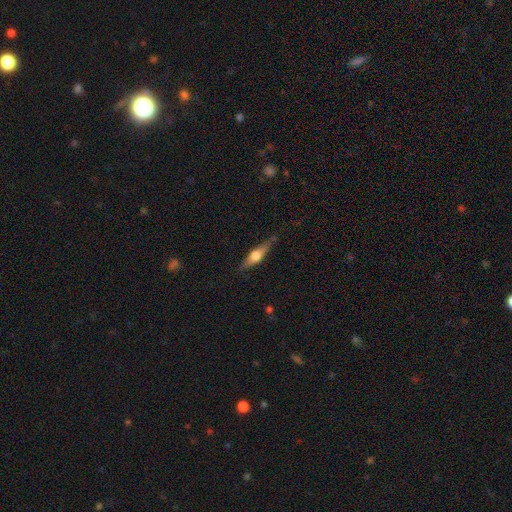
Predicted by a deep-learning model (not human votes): A featured or disk galaxy (57%) viewed edge-on (94%) with a rounded central bulge (91%). Merging: none (79%).